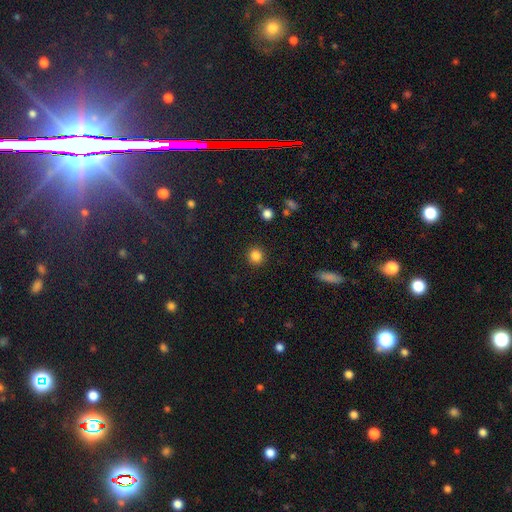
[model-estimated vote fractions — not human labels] A smooth galaxy with no disk features (84%) that is round (92%).

Vote fractions:
- Smooth or featured? smooth: 84% / star or artifact: 12% / featured or disk: 4%
- How rounded? round: 92% / in between: 7% / cigar-shaped: 1%
- Merging? none: 91% / minor disturbance: 6% / major disturbance: 2% / merger: 1%